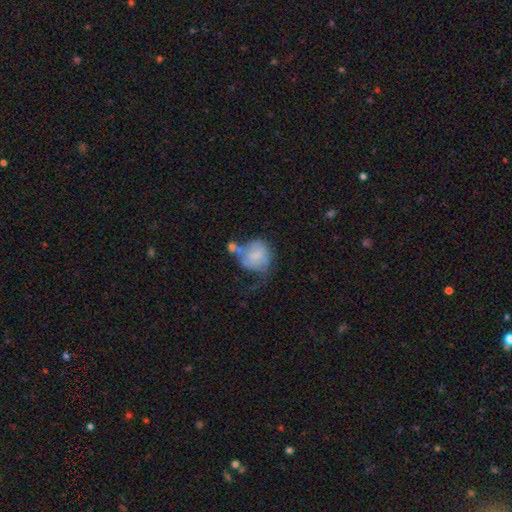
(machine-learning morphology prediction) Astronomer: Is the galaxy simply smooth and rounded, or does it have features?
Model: smooth — 58% (runner-up: featured or disk, 33%).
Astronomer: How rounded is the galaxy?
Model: round — 70%.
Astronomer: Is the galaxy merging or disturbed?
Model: major disturbance — 30% (runner-up: none, 26%).